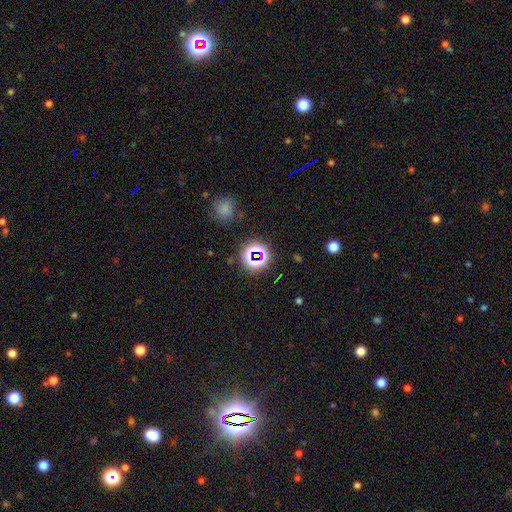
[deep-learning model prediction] Smooth or featured: star or artifact — 64% (smooth — 27%)